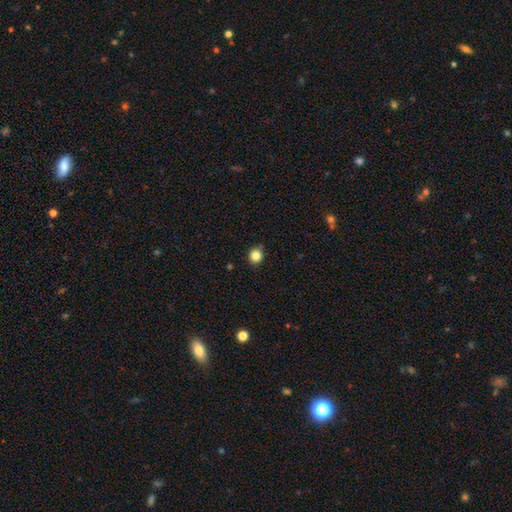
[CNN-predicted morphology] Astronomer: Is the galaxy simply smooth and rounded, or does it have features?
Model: smooth — 83%.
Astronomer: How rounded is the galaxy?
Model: round — 83%.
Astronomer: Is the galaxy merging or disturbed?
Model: none — 88%.